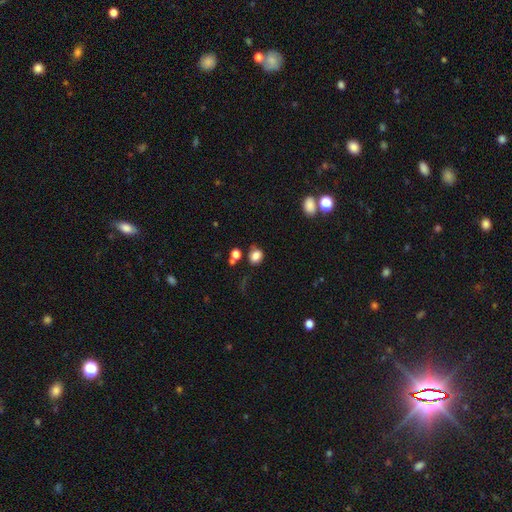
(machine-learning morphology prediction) This appears to be a smooth galaxy with no disk features (81%) that is round (53%). Merging: none (63%).